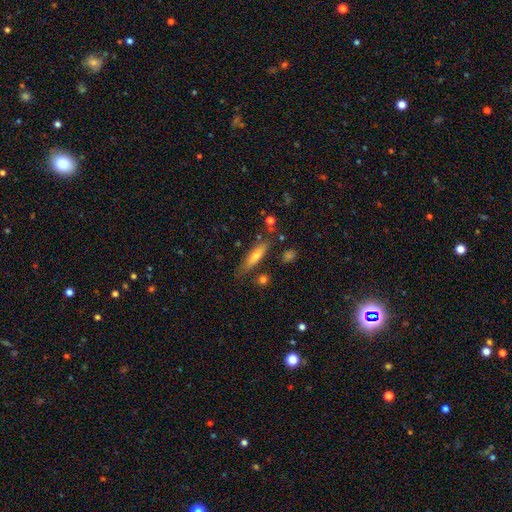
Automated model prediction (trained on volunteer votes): This is possibly a smooth galaxy (57%). How rounded: likely cigar-shaped (72%). Merging: likely none (76%).